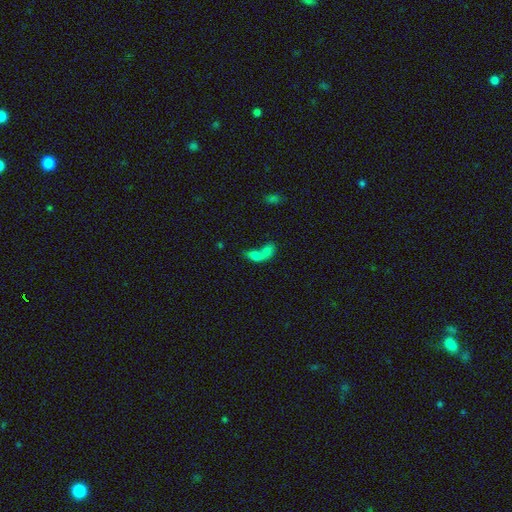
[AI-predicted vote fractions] Smooth or featured? smooth (73%)
How rounded? in between (80%)
Merging? merger (76%)